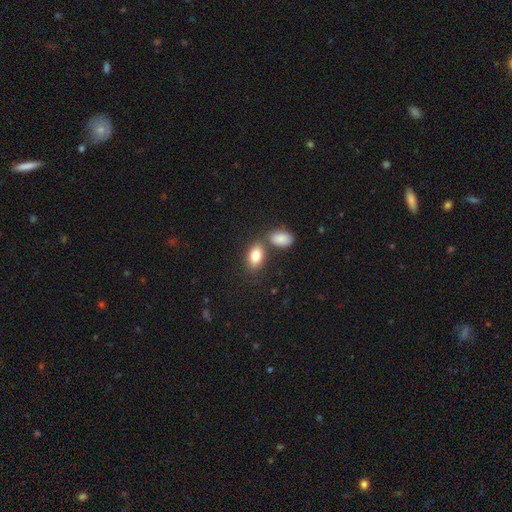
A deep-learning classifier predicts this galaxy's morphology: type=smooth (81%); roundness=in between (88%); merging=none (58%).